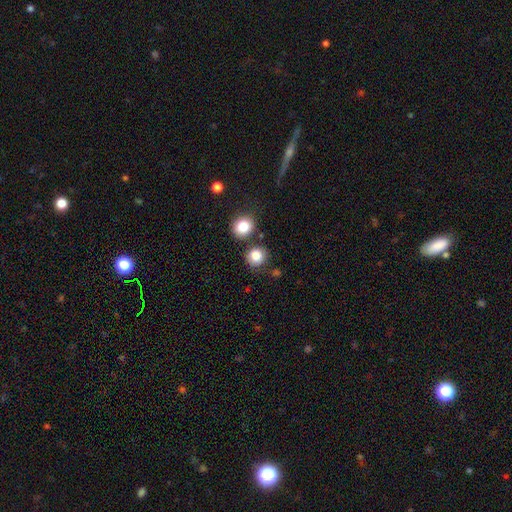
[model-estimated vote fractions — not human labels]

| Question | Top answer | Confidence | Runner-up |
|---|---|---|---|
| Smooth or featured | smooth | 84% | star or artifact (10%) |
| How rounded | round | 85% | in between (14%) |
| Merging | none | 74% | merger (12%) |